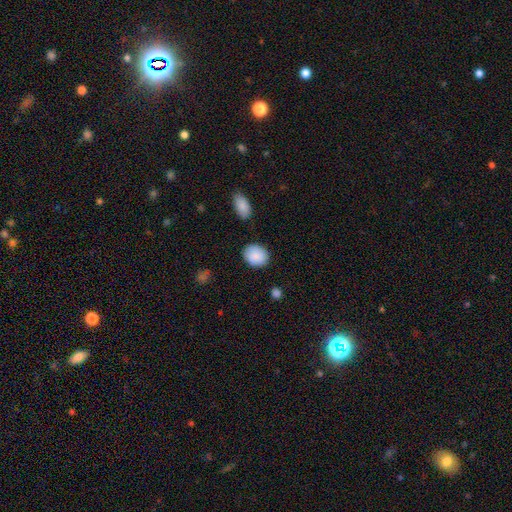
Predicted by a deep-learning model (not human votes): Smooth or featured? smooth (88%)
How rounded? round (54%)
Merging? none (84%)